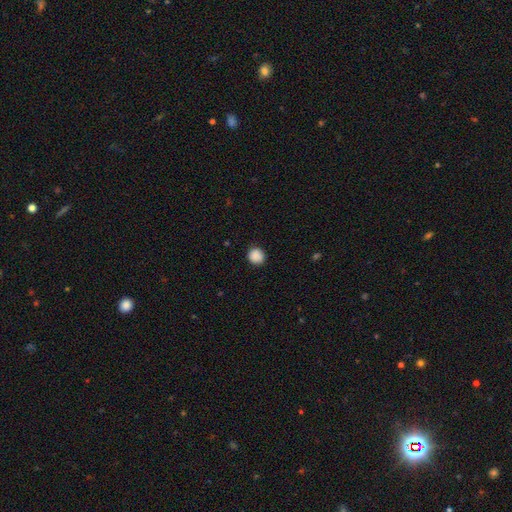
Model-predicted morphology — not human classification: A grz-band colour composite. It shows a smooth galaxy with no disk features (89%) that is round (87%). Merging: none (89%).